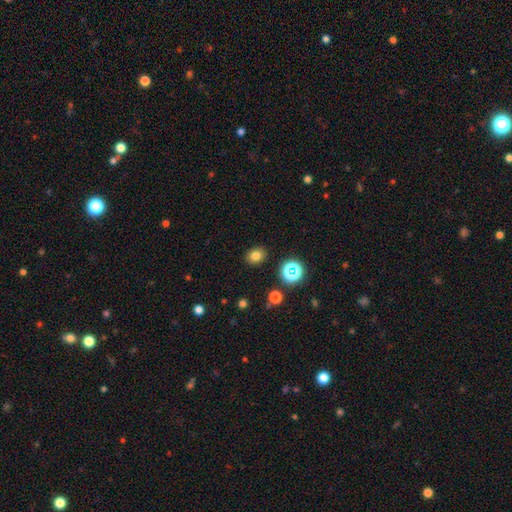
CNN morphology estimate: This appears to be a smooth galaxy with no disk features (77%) that is round (59%). Merging: none (88%).